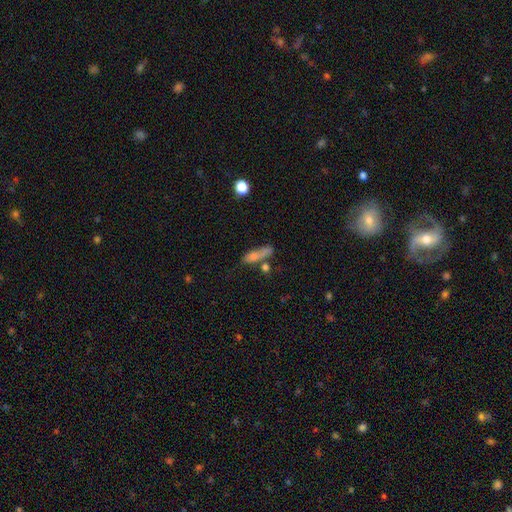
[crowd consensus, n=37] Smooth or featured? 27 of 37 (73%) said smooth. How rounded? 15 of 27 (56%) said cigar-shaped. Merging? 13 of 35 (37%) said none.